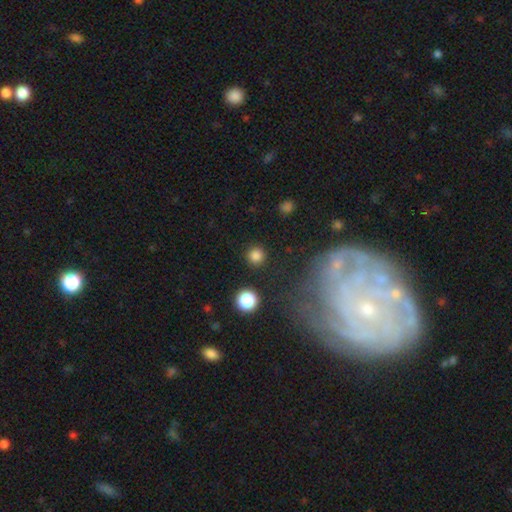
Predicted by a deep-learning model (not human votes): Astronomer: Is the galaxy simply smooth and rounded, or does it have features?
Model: smooth — 81%.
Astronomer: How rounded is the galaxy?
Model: round — 95%.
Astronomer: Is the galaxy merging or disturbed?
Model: none — 90%.